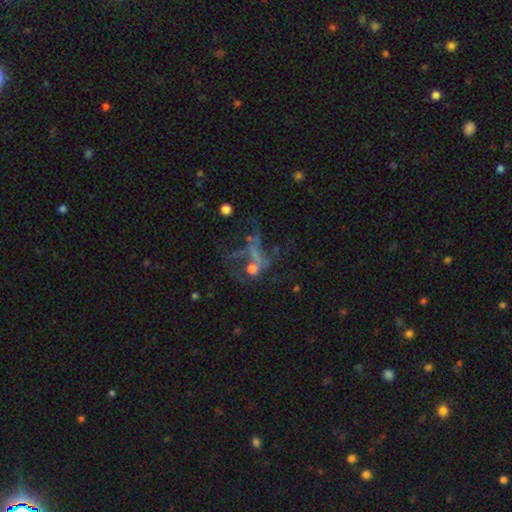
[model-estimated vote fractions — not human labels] Overall: featured or disk (44%; star or artifact 37%). Merging: major disturbance (40%; none 35%).